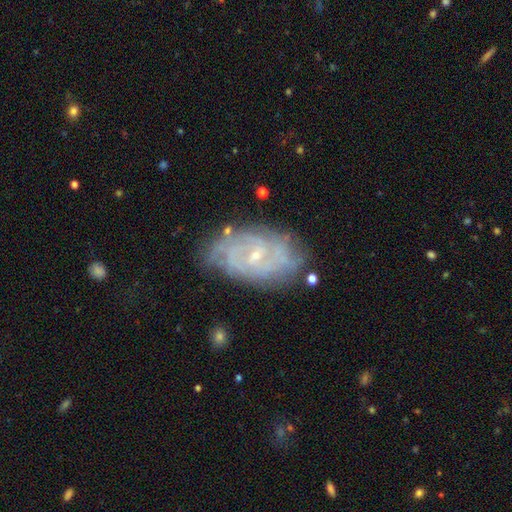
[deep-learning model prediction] Smooth or featured? Predicted: featured or disk (p=0.82). Edge-on disk? Predicted: no (p=0.96). Bar? Predicted: weak (p=0.45, tied with no). Spiral arms? Predicted: yes (p=0.93). Spiral winding? Predicted: tight (p=0.64). Spiral arm count? Predicted: can't tell (p=0.38). Bulge size? Predicted: small (p=0.79). Merging? Predicted: none (p=0.69).